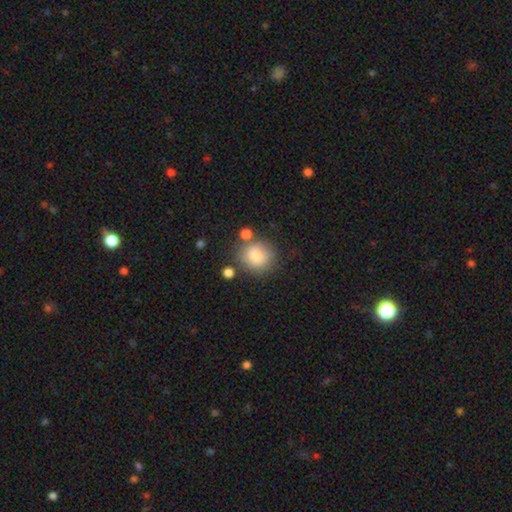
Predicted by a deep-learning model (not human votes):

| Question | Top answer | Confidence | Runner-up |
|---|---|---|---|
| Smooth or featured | smooth | 80% | featured or disk (11%) |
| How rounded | round | 84% | in between (15%) |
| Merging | none | 72% | minor disturbance (13%) |